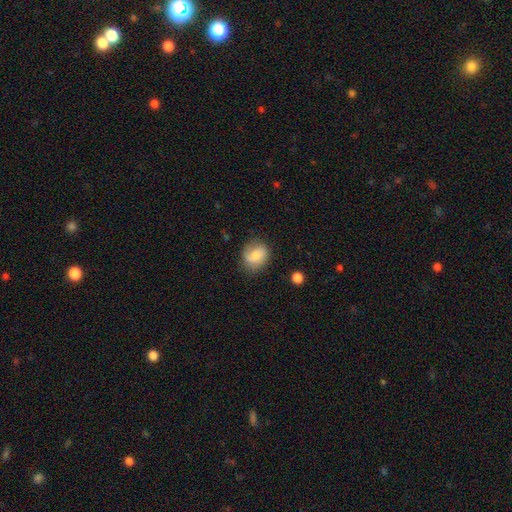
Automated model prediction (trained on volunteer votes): Q: Smooth or featured?
A: smooth (64%); runner-up: featured or disk (28%)
Q: How rounded?
A: round (60%); runner-up: in between (39%)
Q: Merging?
A: none (70%); runner-up: minor disturbance (22%)